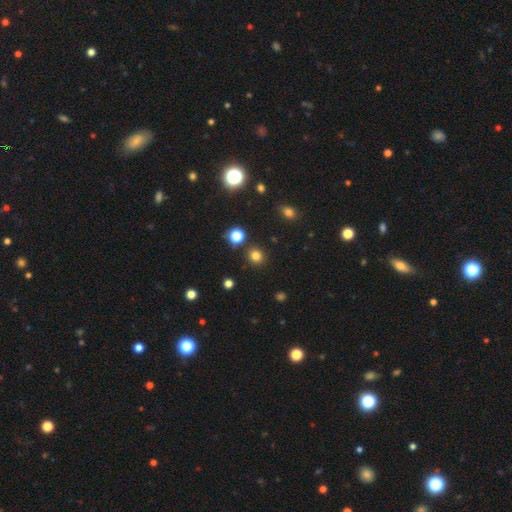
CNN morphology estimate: Smooth or featured? Predicted: smooth (p=0.79). How rounded? Predicted: round (p=0.87). Merging? Predicted: none (p=0.88).